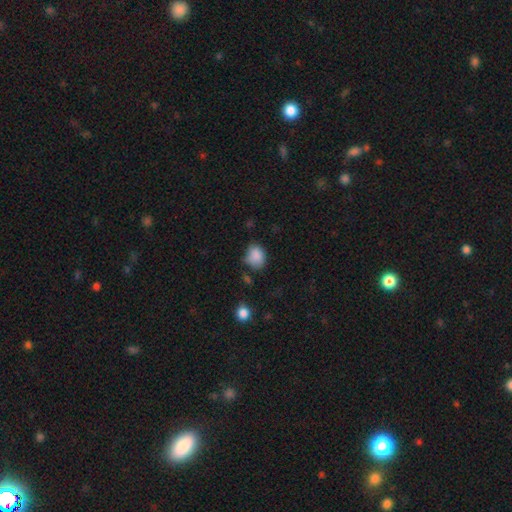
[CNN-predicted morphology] A smooth galaxy with no disk features (86%) that is round (51%). Merging: none (57%).